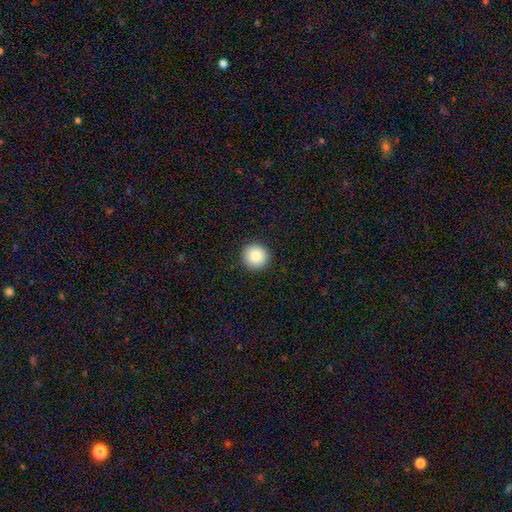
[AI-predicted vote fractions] This is clearly a smooth galaxy (86%). How rounded: clearly round (95%). Merging: clearly none (93%).